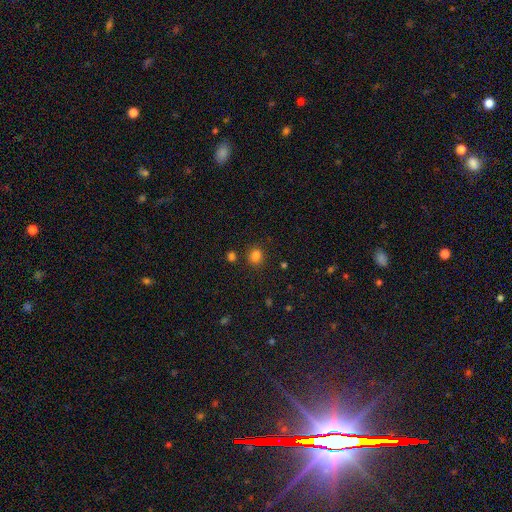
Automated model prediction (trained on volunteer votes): Smooth or featured?
  - smooth: 81% *
  - star or artifact: 15%
  - featured or disk: 4%
How rounded?
  - round: 65% *
  - in between: 34%
  - cigar-shaped: 1%
Merging?
  - none: 80% *
  - minor disturbance: 11%
  - merger: 5%
  - major disturbance: 4%